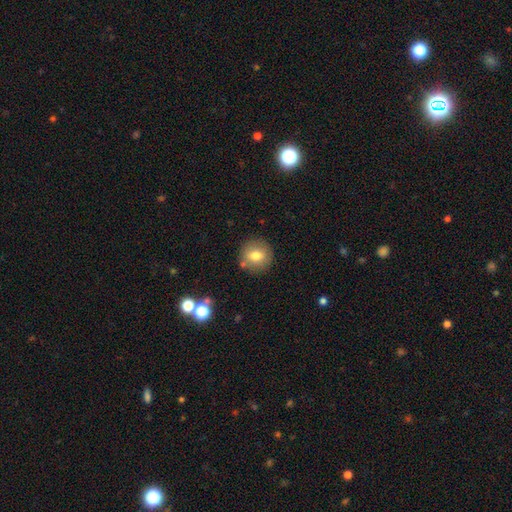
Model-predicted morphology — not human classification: Q: Smooth or featured?
A: smooth (75%); runner-up: featured or disk (15%)
Q: How rounded?
A: round (91%); runner-up: in between (8%)
Q: Merging?
A: none (84%); runner-up: minor disturbance (9%)